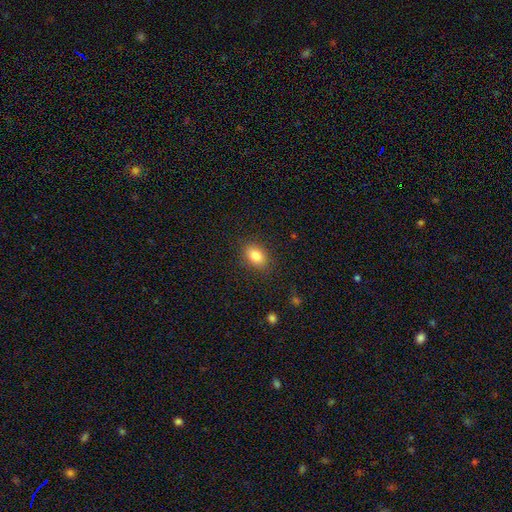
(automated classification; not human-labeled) The model was most divided on "how rounded": in between: 77%, round: 22%, cigar-shaped: 1%. More confident: merging — none (86%); smooth or featured — smooth (83%).